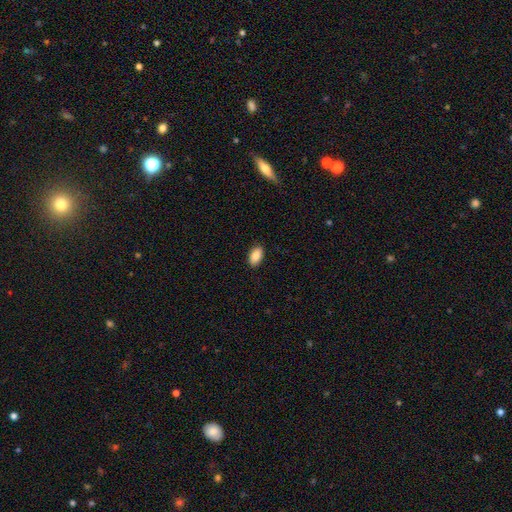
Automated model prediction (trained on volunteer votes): Smooth or featured? Predicted: smooth (p=0.89). How rounded? Predicted: in between (p=0.94). Merging? Predicted: none (p=0.89).